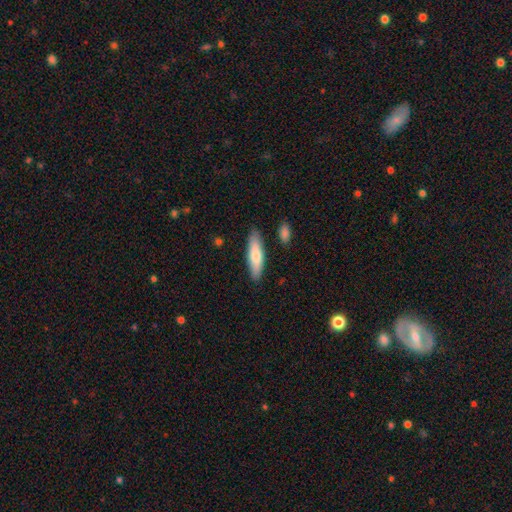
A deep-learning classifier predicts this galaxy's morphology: The model was most divided on "how rounded": cigar-shaped: 60%, in between: 39%, round: 2%. More confident: merging — none (86%); smooth or featured — smooth (73%).